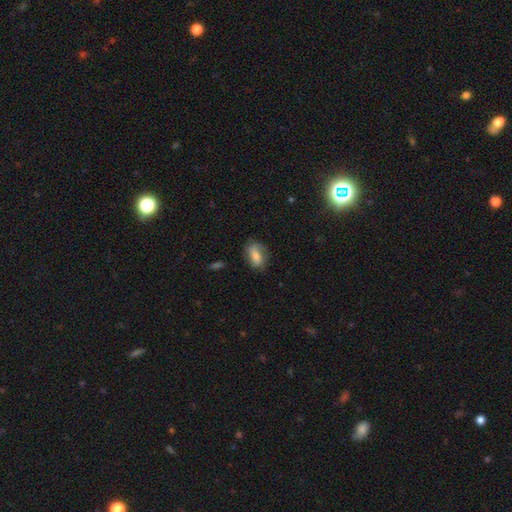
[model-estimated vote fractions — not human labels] Smooth or featured? smooth (64%)
How rounded? in between (82%)
Merging? none (68%)